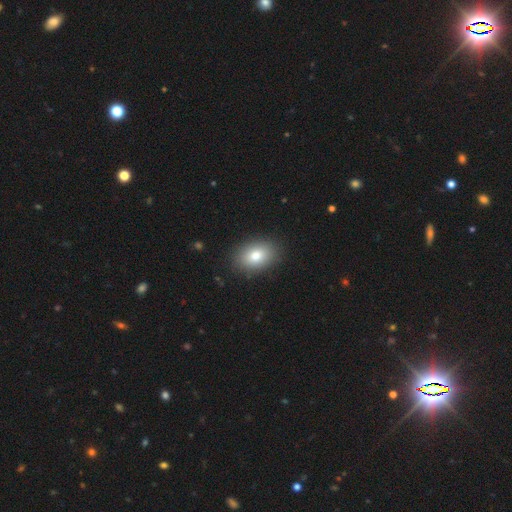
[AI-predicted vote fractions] smooth_or_featured: smooth (p=0.81) [alt: featured or disk p=0.11]
how_rounded: in between (p=0.82) [alt: round p=0.17]
merging: none (p=0.89) [alt: minor disturbance p=0.08]